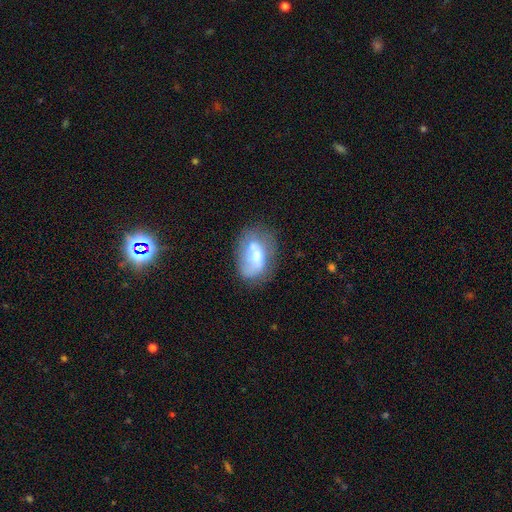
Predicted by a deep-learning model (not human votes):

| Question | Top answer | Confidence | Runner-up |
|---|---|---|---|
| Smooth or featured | smooth | 51% | featured or disk (41%) |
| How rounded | in between | 84% | round (13%) |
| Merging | none | 44% | minor disturbance (25%) |